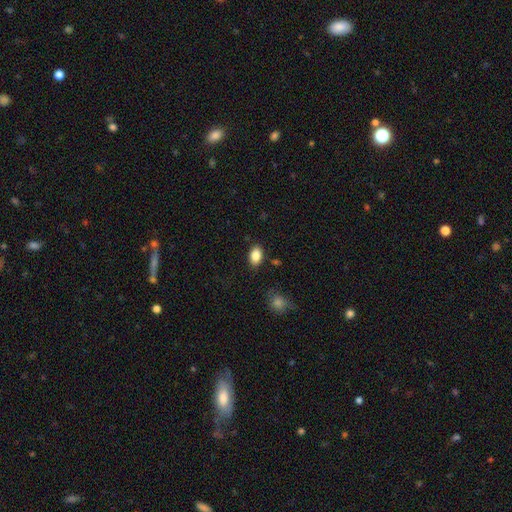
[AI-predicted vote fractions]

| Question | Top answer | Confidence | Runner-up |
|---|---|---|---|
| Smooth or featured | smooth | 86% | star or artifact (8%) |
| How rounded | in between | 86% | round (12%) |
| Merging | none | 84% | minor disturbance (11%) |